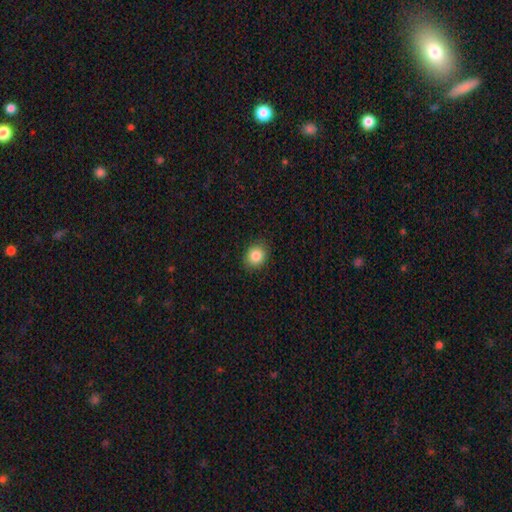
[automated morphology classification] type=smooth (85%); roundness=round (62%); merging=none (89%).